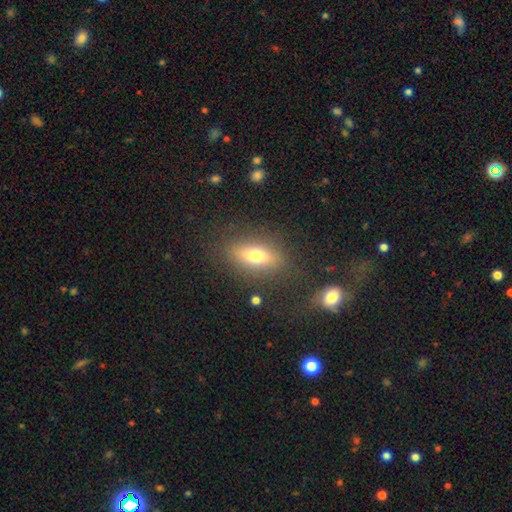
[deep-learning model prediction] A smooth galaxy with no disk features (66%) that is in between round and cigar-shaped (72%). Merging: none (82%).